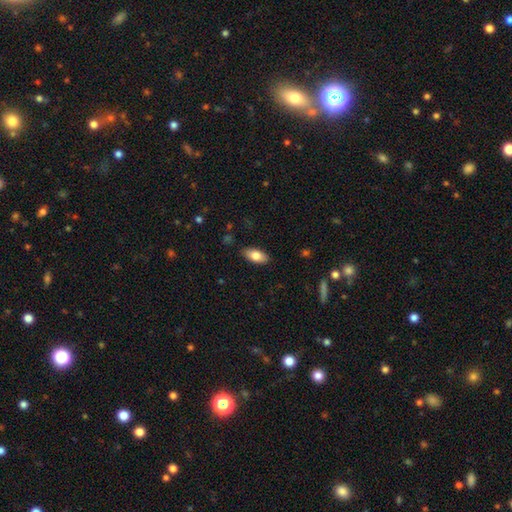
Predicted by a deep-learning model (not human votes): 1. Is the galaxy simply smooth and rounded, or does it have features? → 79% smooth, 14% featured or disk, 7% star or artifact.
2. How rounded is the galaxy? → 89% in between, 8% cigar-shaped, 3% round.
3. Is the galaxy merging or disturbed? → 87% none, 10% minor disturbance, 2% major disturbance, 1% merger.